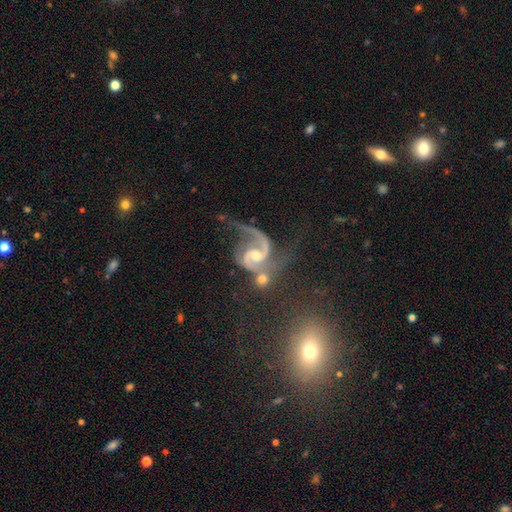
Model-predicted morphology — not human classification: type=featured or disk (89%); edge-on=no (98%); bar=no (43%, tied with weak); spiral arms=yes (98%); winding=medium (52%); arm count=2 (86%); bulge=moderate (54%); merging=none (37%).